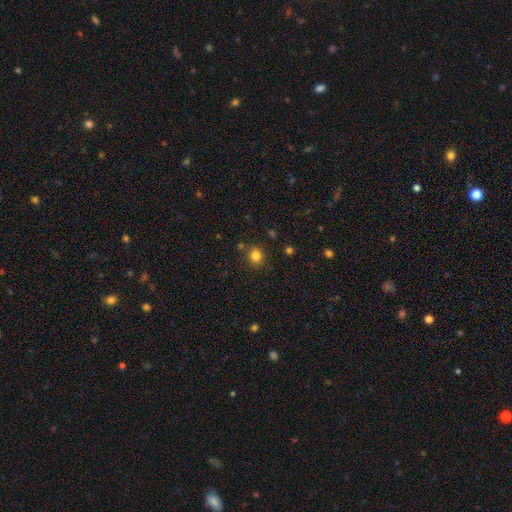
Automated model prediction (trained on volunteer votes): A smooth galaxy with no disk features (82%) that is round (78%). Merging: none (85%).